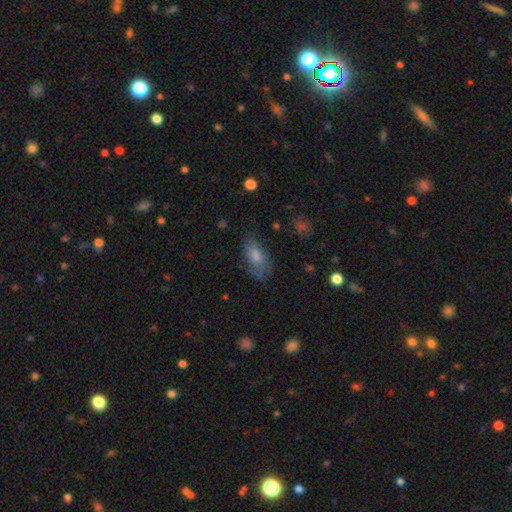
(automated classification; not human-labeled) Smooth or featured: smooth — 50% (featured or disk — 36%)
How rounded: in between — 85% (cigar-shaped — 8%)
Merging: none — 67% (minor disturbance — 22%)